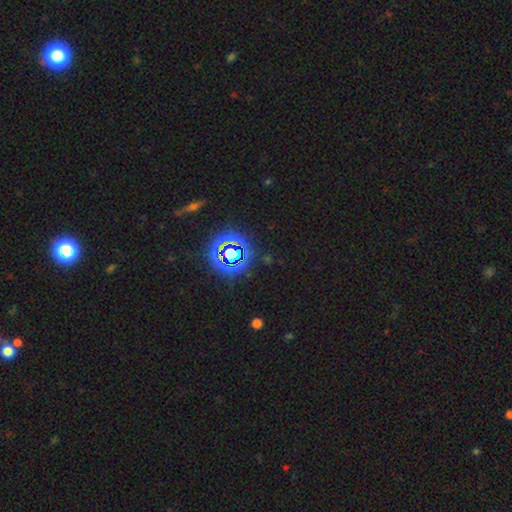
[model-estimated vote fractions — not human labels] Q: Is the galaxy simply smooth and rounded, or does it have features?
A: star or artifact — 78%.